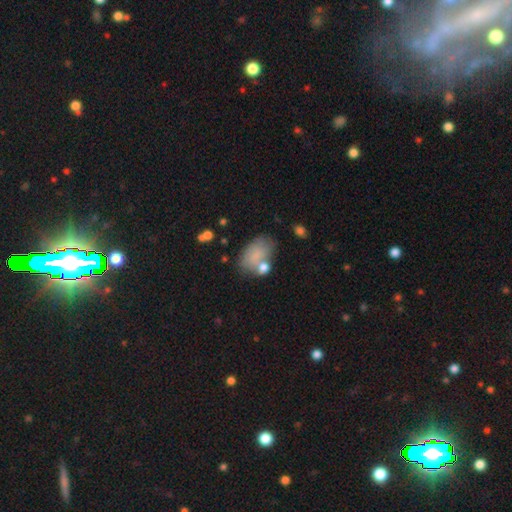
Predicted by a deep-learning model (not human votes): smooth_or_featured: smooth (p=0.74) [alt: featured or disk p=0.16]
how_rounded: in between (p=0.86) [alt: round p=0.13]
merging: none (p=0.48) [alt: minor disturbance p=0.23]